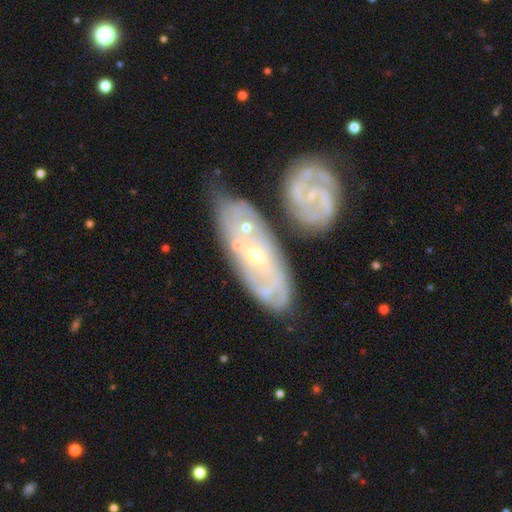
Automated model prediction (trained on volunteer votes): Q: Smooth or featured?
A: featured or disk (77%); runner-up: smooth (16%)
Q: Edge-on disk?
A: no (86%); runner-up: yes (14%)
Q: Bar?
A: no (66%); runner-up: weak (26%)
Q: Spiral arms?
A: yes (79%); runner-up: no (21%)
Q: Spiral winding?
A: tight (70%); runner-up: medium (23%)
Q: Spiral arm count?
A: can't tell (61%); runner-up: 2 (15%)
Q: Bulge size?
A: small (65%); runner-up: moderate (31%)
Q: Merging?
A: none (52%); runner-up: merger (24%)